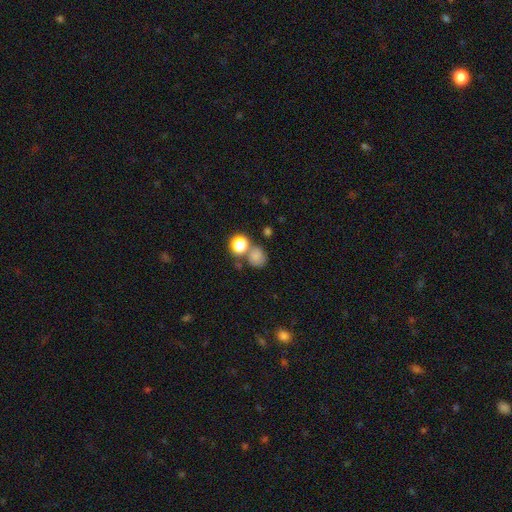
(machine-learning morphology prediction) The model was most divided on "merging": none: 55%, merger: 26%, minor disturbance: 13%, major disturbance: 6%. More confident: how rounded — round (76%); smooth or featured — smooth (76%).